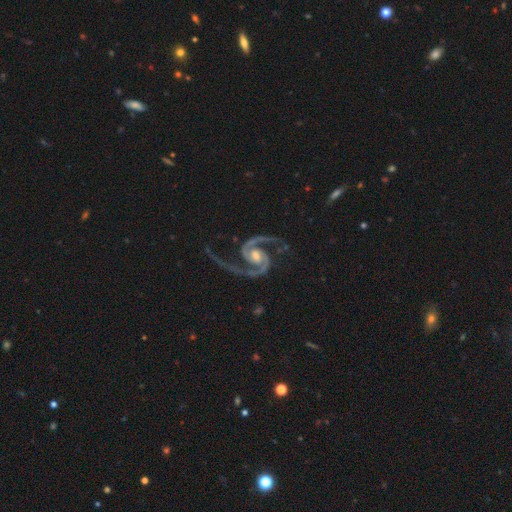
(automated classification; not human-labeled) Smooth or featured? Predicted: featured or disk (p=0.95). Edge-on disk? Predicted: no (p=0.98). Bar? Predicted: no (p=0.50). Spiral arms? Predicted: yes (p=0.99). Spiral winding? Predicted: medium (p=0.66). Spiral arm count? Predicted: 2 (p=0.94). Bulge size? Predicted: moderate (p=0.65). Merging? Predicted: none (p=0.72).